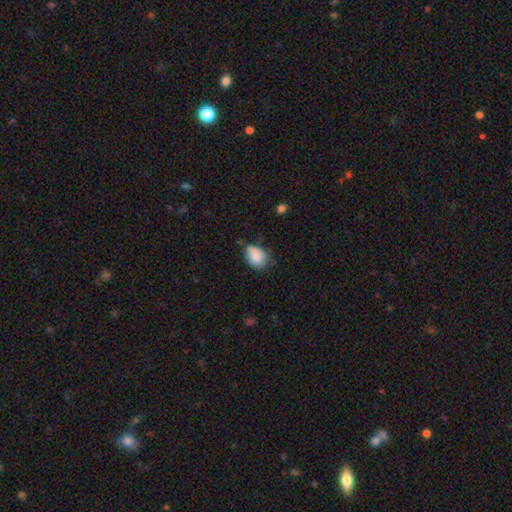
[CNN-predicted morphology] smooth-or-featured: smooth: 84% | featured or disk: 8% | star or artifact: 8%
  how-rounded: in between: 68% | round: 31% | cigar-shaped: 1%
  merging: none: 57% | minor disturbance: 34% | major disturbance: 6% | merger: 3%